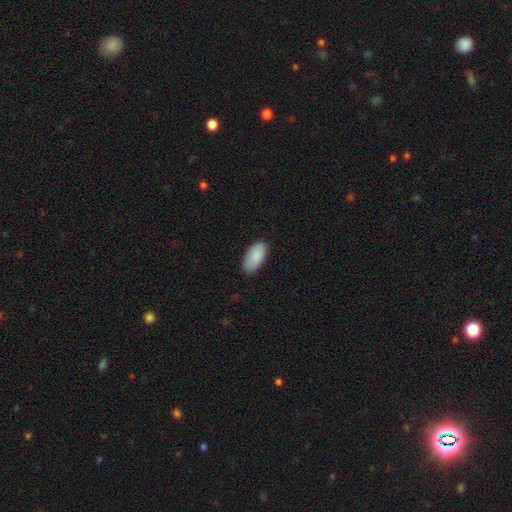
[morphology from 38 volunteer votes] Smooth or featured? 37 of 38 (97%) said smooth. How rounded? 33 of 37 (89%) said in between. Merging? 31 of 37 (84%) said none.